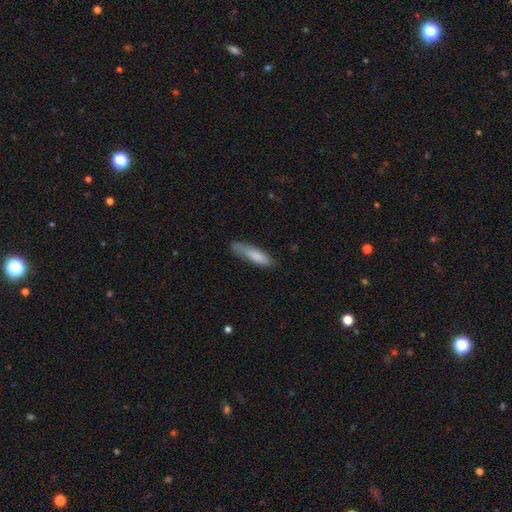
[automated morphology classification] Smooth or featured? smooth (82%)
How rounded? cigar-shaped (72%)
Merging? none (67%)